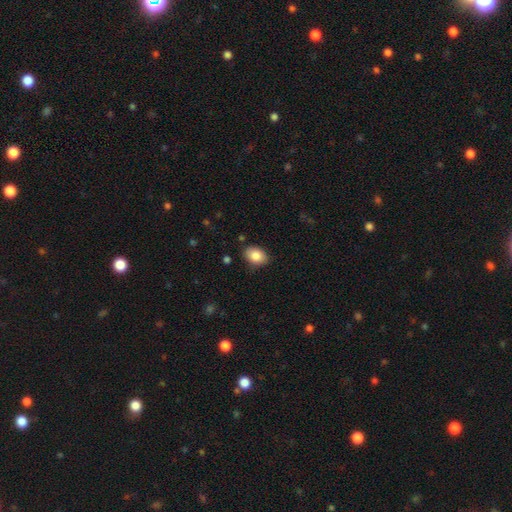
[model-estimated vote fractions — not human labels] smooth-or-featured: smooth: 85% | star or artifact: 8% | featured or disk: 7%
  how-rounded: in between: 81% | round: 18% | cigar-shaped: 1%
  merging: none: 84% | minor disturbance: 13% | major disturbance: 2% | merger: 1%